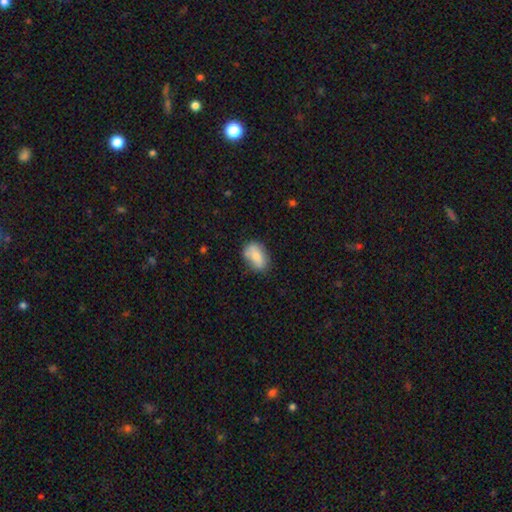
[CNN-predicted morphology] Smooth or featured? smooth (77%)
How rounded? in between (87%)
Merging? none (63%)